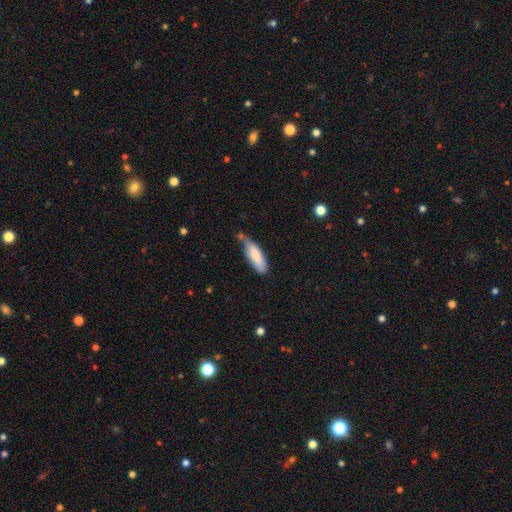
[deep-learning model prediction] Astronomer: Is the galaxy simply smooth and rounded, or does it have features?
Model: smooth — 81%.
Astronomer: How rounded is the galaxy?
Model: in between — 56% (runner-up: cigar-shaped, 42%).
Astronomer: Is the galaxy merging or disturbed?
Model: none — 45% (runner-up: minor disturbance, 36%).